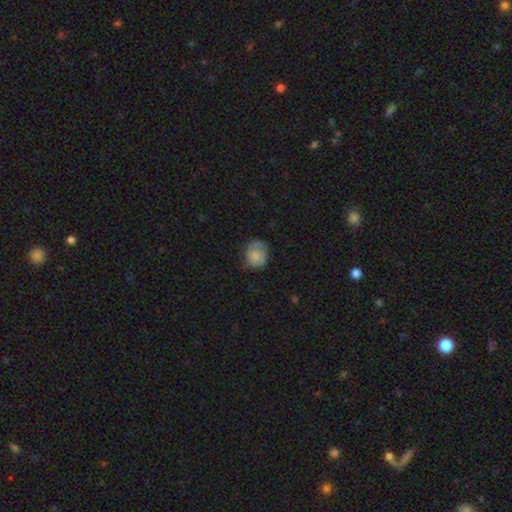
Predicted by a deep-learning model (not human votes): Smooth or featured: smooth — 68% (featured or disk — 24%)
How rounded: round — 77% (in between — 22%)
Merging: none — 58% (minor disturbance — 29%)